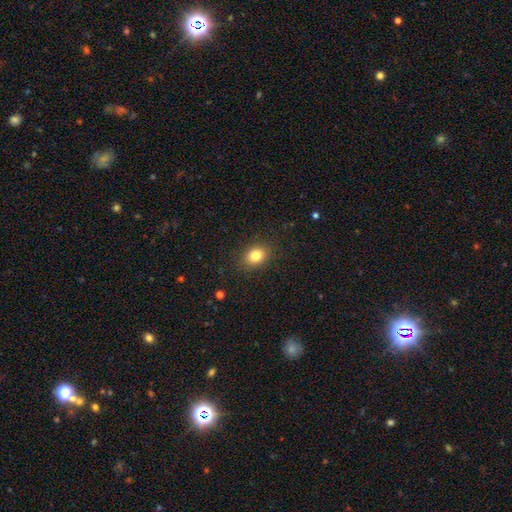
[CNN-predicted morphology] This appears to be a smooth galaxy with no disk features (82%) that is in between round and cigar-shaped (57%). Merging: none (87%).